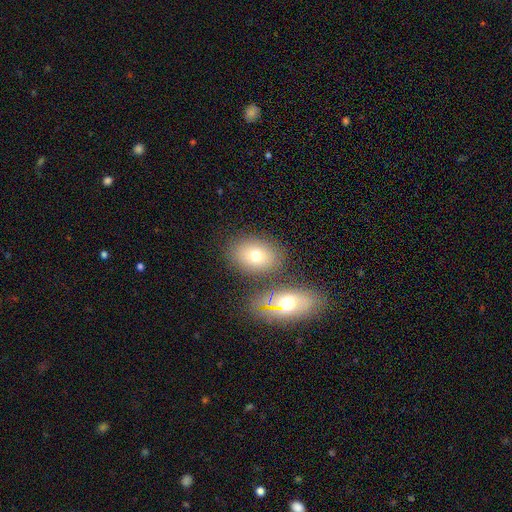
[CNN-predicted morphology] smooth 70%, featured or disk 17%, star or artifact 13%. Down the decision tree: how rounded — in between (69%); merging — none (74%).